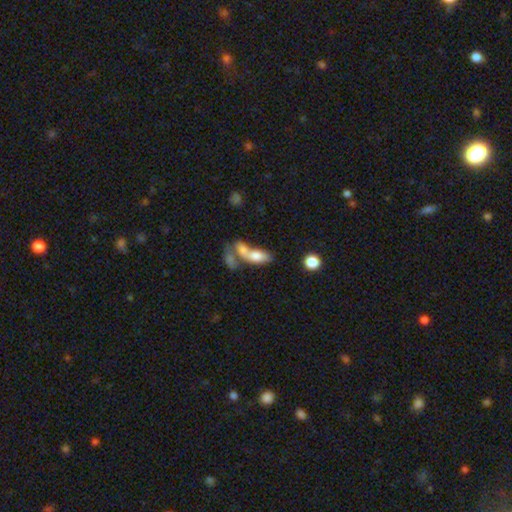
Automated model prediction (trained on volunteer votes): smooth 63%, featured or disk 26%, star or artifact 11%. Down the decision tree: how rounded — in between (77%); merging — merger (54%).